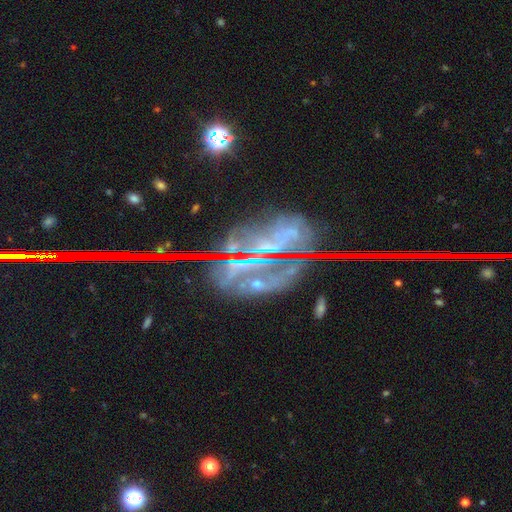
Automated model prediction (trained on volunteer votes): Smooth or featured? featured or disk (54%)
Edge-on disk? no (77%)
Merging? none (57%)